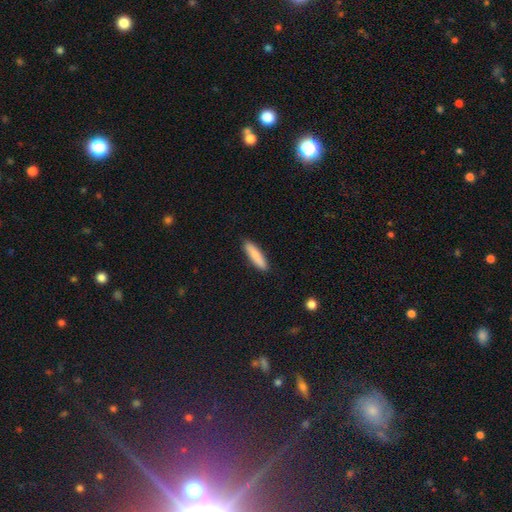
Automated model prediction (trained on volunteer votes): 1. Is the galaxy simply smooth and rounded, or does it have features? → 86% smooth, 9% featured or disk, 5% star or artifact.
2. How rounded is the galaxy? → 77% cigar-shaped, 22% in between, 1% round.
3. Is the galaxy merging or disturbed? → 90% none, 7% minor disturbance, 2% major disturbance, 1% merger.